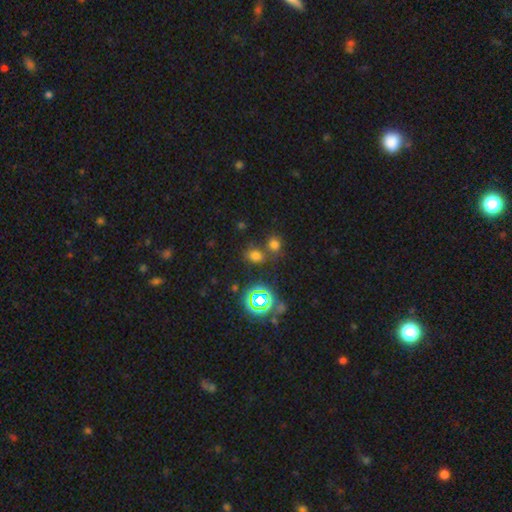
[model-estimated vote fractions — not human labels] The model was most divided on "how rounded": round: 55%, in between: 43%, cigar-shaped: 2%. More confident: merging — none (59%); smooth or featured — smooth (59%).